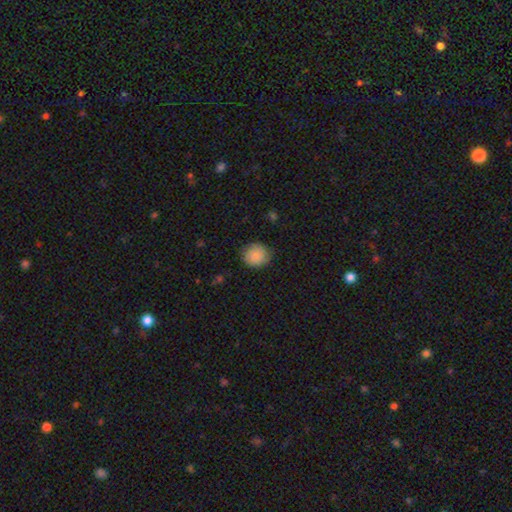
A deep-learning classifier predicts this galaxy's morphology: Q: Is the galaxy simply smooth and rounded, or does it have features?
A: smooth — 87%.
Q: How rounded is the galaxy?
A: round — 87%.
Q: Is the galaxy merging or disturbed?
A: none — 82%.